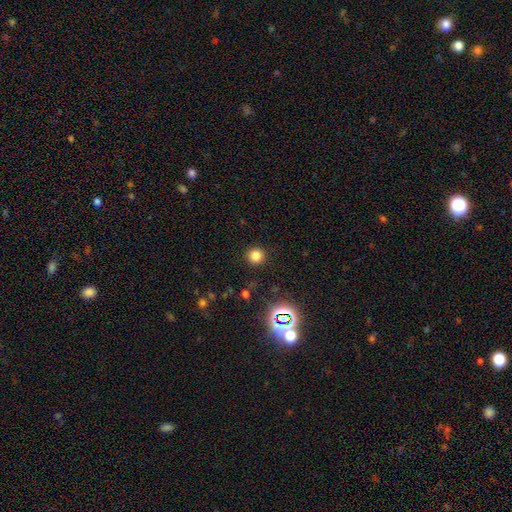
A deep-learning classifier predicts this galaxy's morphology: Smooth or featured: smooth — 77% (star or artifact — 18%)
How rounded: round — 93% (in between — 6%)
Merging: none — 89% (minor disturbance — 6%)